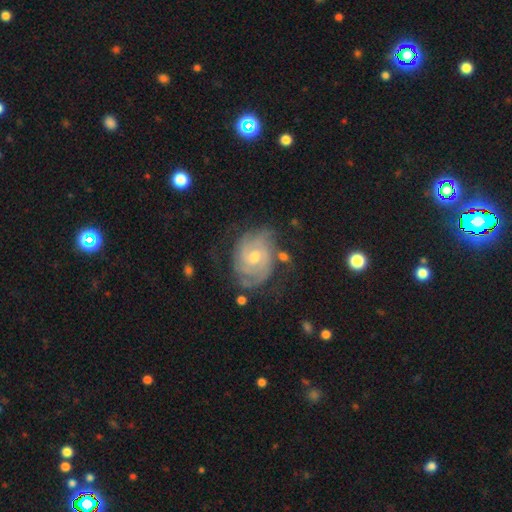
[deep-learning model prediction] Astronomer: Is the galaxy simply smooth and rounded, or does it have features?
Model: featured or disk — 85%.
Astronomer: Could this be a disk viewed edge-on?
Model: no — 97%.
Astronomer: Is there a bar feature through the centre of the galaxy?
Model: no — 65%.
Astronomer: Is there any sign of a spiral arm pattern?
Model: yes — 95%.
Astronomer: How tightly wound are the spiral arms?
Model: tight — 71%.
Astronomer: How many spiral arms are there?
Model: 2 — 30% (runner-up: can't tell, 29%).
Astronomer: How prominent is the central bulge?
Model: moderate — 62%.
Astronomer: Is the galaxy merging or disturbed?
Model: none — 68%.